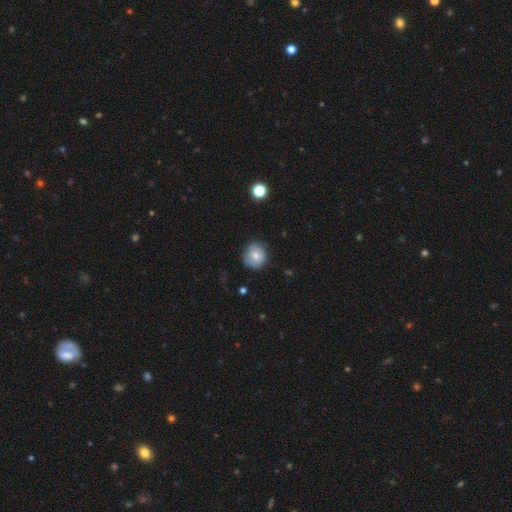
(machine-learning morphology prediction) This appears to be a smooth galaxy with no disk features (72%) that is round (86%). Merging: none (78%).